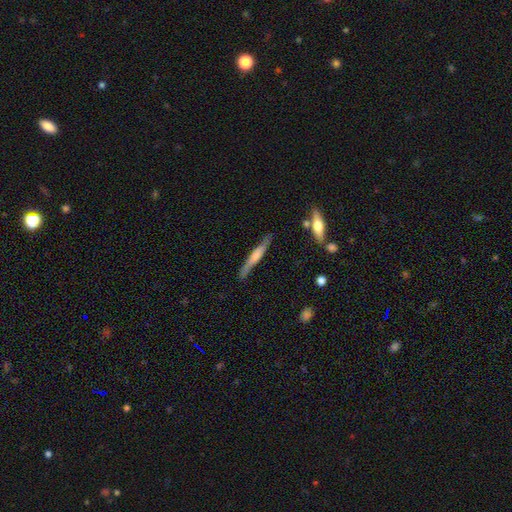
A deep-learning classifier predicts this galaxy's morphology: This appears to be a featured or disk galaxy (50%) viewed edge-on (92%). Merging: none (80%).